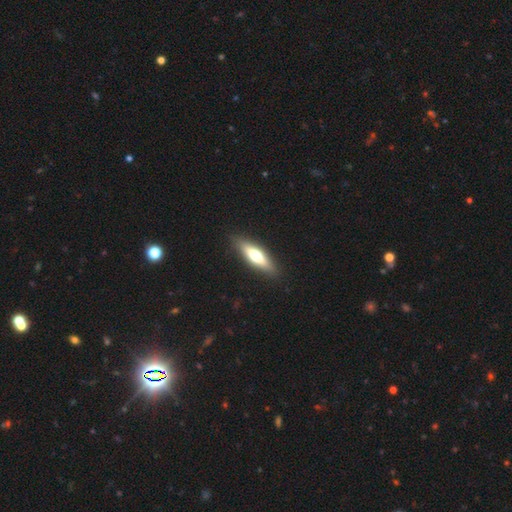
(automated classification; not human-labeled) The model was most divided on "smooth or featured": smooth: 50%, featured or disk: 44%, star or artifact: 6%. More confident: merging — none (89%).